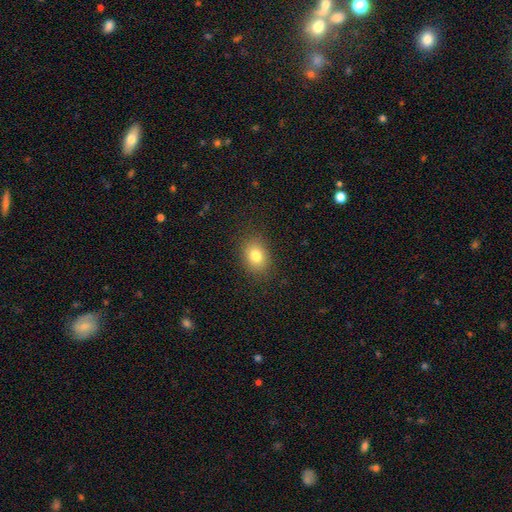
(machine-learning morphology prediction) A smooth galaxy with no disk features (80%) that is in between round and cigar-shaped (63%).

Vote fractions:
- Smooth or featured? smooth: 80% / star or artifact: 11% / featured or disk: 9%
- How rounded? in between: 63% / round: 36% / cigar-shaped: 1%
- Merging? none: 86% / minor disturbance: 10% / major disturbance: 3% / merger: 1%